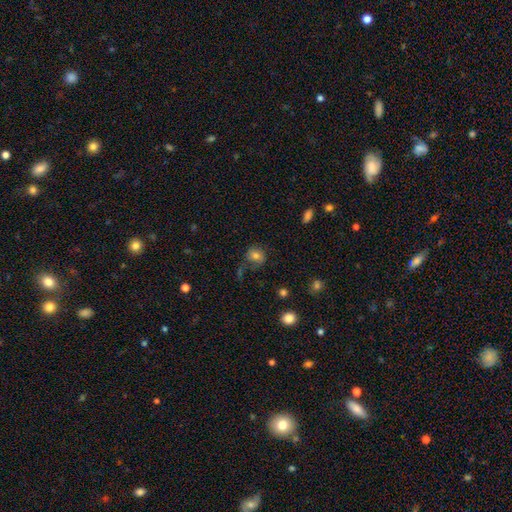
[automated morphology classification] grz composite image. It shows a smooth galaxy with no disk features (73%) that is round (73%). Merging: none (61%).